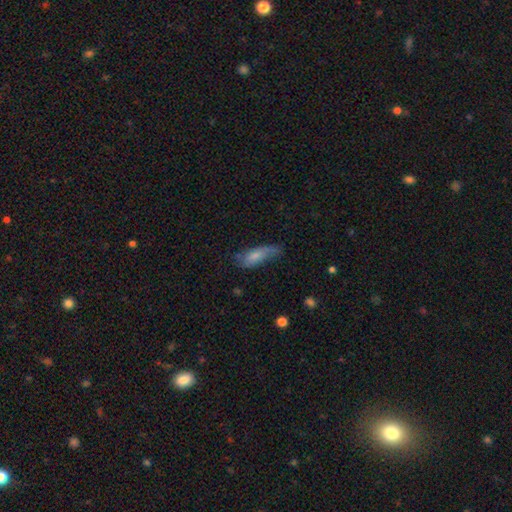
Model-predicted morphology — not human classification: A smooth galaxy with no disk features (69%) that is in between round and cigar-shaped (66%). Merging: none (42%).